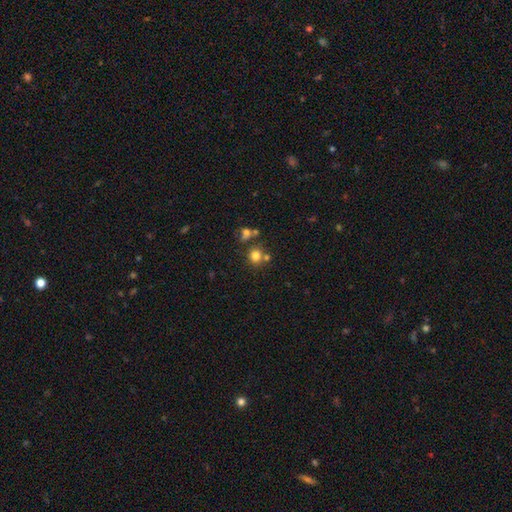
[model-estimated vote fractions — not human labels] Smooth or featured? smooth (77%)
How rounded? round (81%)
Merging? none (65%)